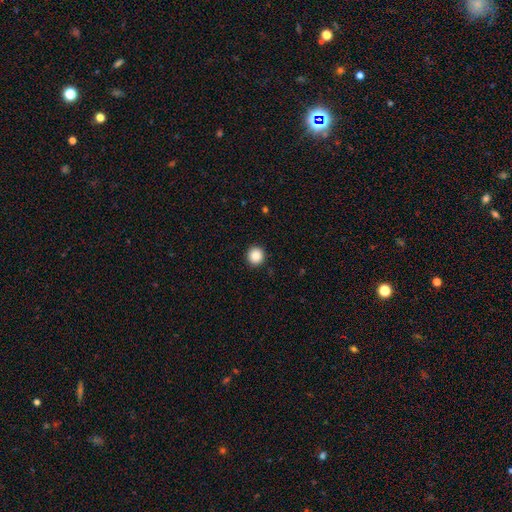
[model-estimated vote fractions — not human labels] A smooth galaxy with no disk features (88%) that is round (94%).

Vote fractions:
- Smooth or featured? smooth: 88% / star or artifact: 9% / featured or disk: 3%
- How rounded? round: 94% / in between: 5% / cigar-shaped: 1%
- Merging? none: 93% / minor disturbance: 5% / major disturbance: 2% / merger: 1%